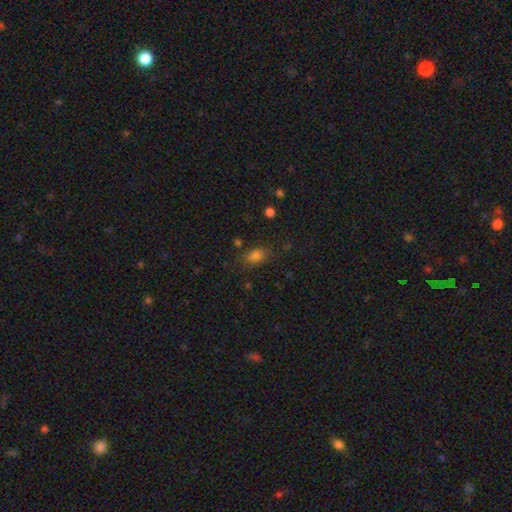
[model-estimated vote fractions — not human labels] Overall: smooth (79%). How rounded: in between (83%). Merging: none (78%).